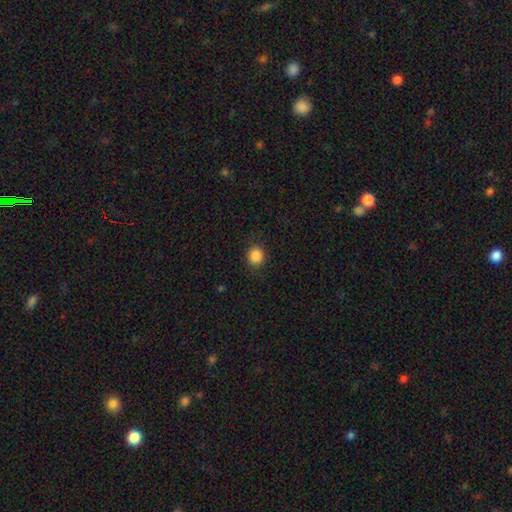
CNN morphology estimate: smooth_or_featured: smooth (p=0.87) [alt: star or artifact p=0.10]
how_rounded: round (p=0.84) [alt: in between p=0.15]
merging: none (p=0.89) [alt: minor disturbance p=0.07]